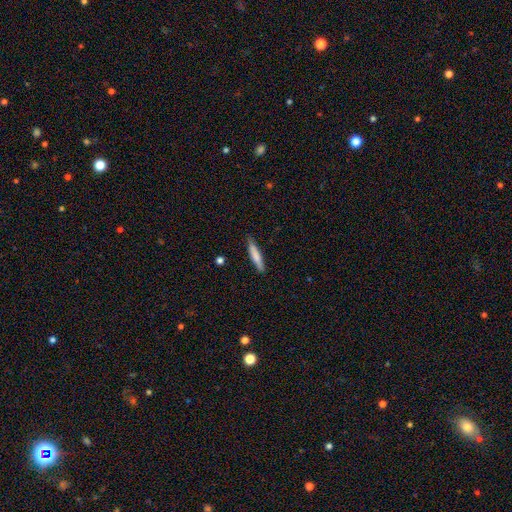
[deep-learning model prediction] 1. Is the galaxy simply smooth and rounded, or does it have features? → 74% smooth, 21% featured or disk, 5% star or artifact.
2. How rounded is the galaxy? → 90% cigar-shaped, 9% in between, 1% round.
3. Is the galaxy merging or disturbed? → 85% none, 11% minor disturbance, 2% major disturbance, 1% merger.